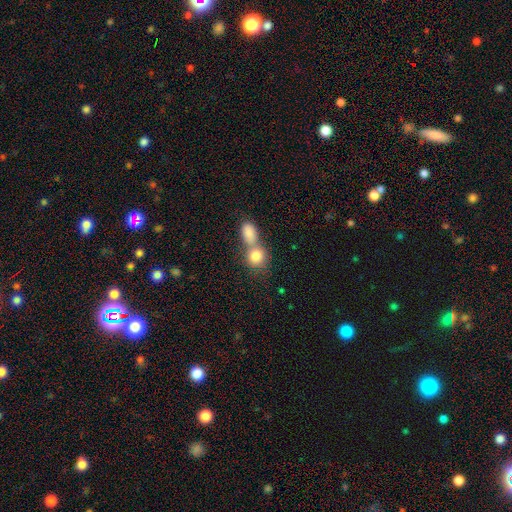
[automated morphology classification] A smooth galaxy with no disk features (82%) that is round (68%). Merging: merger (60%).